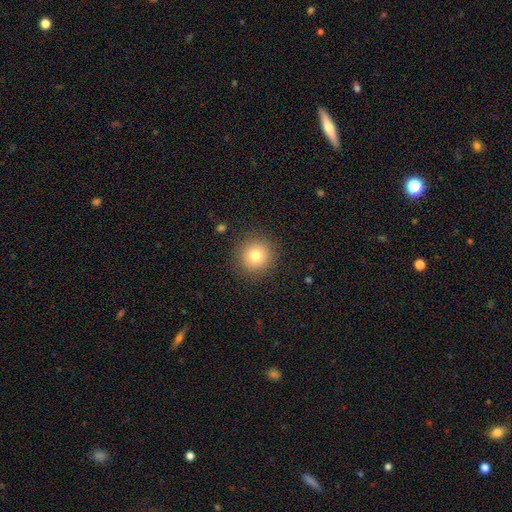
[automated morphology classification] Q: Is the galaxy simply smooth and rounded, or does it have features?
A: smooth — 78%.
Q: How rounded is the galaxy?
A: round — 94%.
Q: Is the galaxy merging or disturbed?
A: none — 90%.